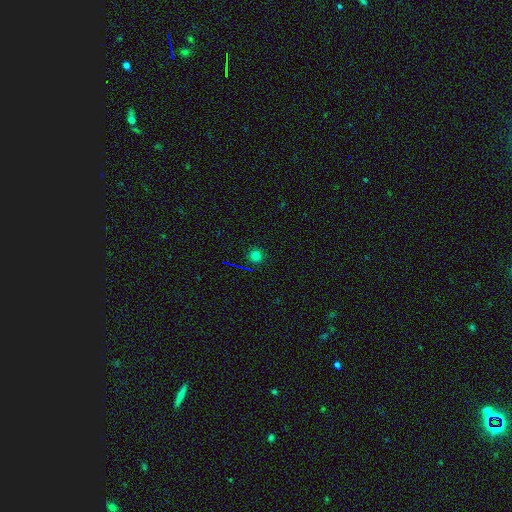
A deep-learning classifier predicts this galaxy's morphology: Smooth or featured?
  - smooth: 73% *
  - star or artifact: 21%
  - featured or disk: 6%
How rounded?
  - round: 95% *
  - in between: 4%
  - cigar-shaped: 1%
Merging?
  - none: 90% *
  - minor disturbance: 6%
  - major disturbance: 2%
  - merger: 2%